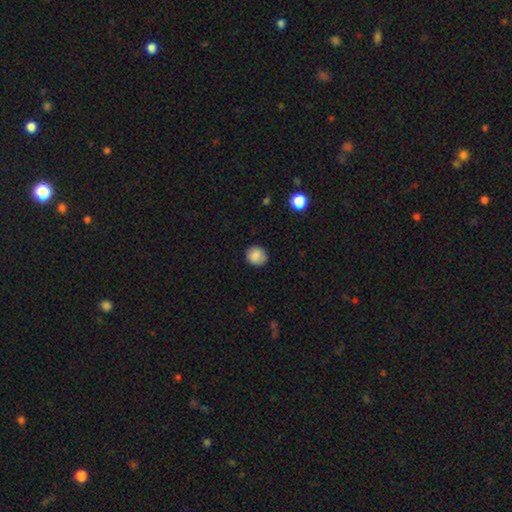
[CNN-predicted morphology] smooth_or_featured: smooth (p=0.87) [alt: star or artifact p=0.08]
how_rounded: round (p=0.86) [alt: in between p=0.13]
merging: none (p=0.85) [alt: minor disturbance p=0.11]